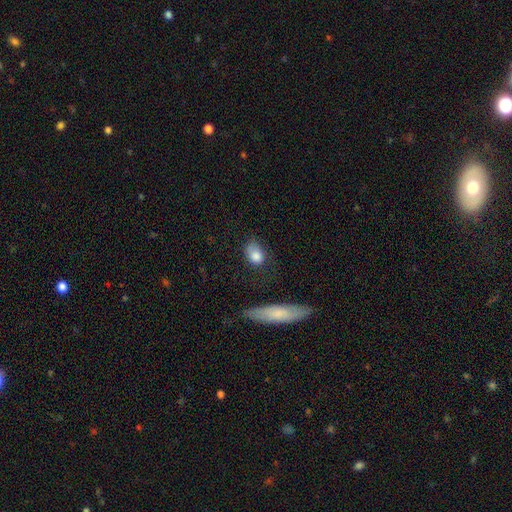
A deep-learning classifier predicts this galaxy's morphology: Overall: smooth (83%). How rounded: in between (68%; round 29%). Merging: none (53%; minor disturbance 30%).